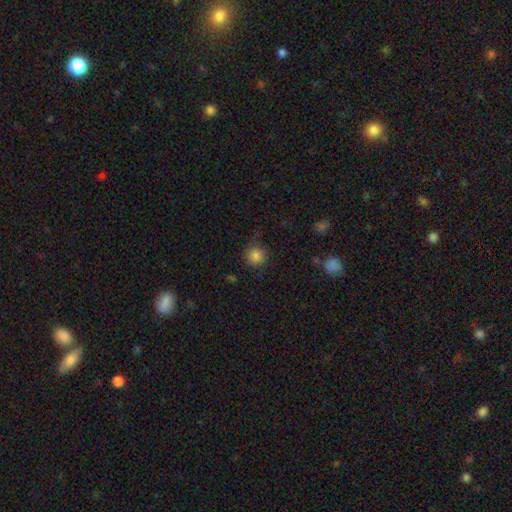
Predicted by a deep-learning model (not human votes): Smooth or featured: smooth — 83% (star or artifact — 12%)
How rounded: round — 93% (in between — 6%)
Merging: none — 80% (minor disturbance — 14%)